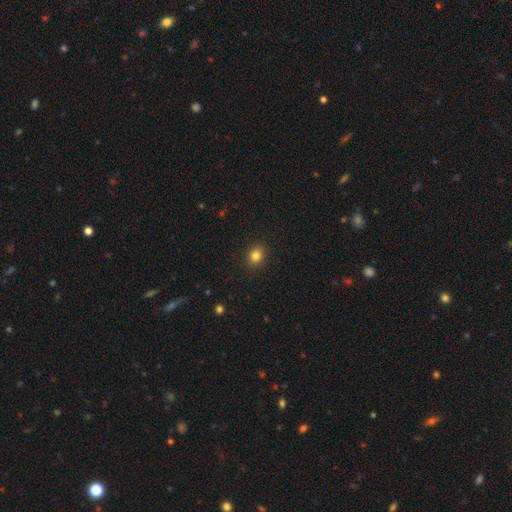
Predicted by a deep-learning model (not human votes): The model was most divided on "how rounded": round: 62%, in between: 37%, cigar-shaped: 1%. More confident: merging — none (89%); smooth or featured — smooth (83%).